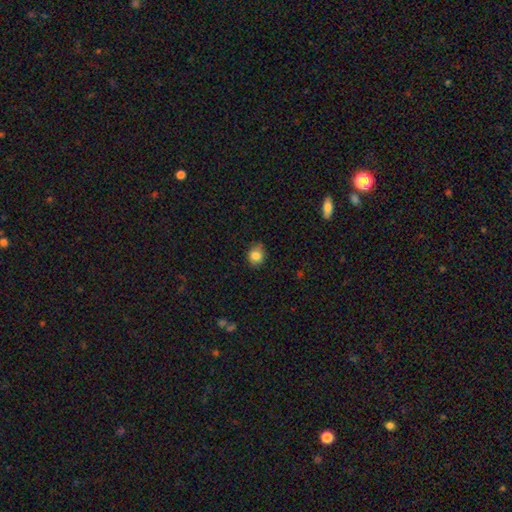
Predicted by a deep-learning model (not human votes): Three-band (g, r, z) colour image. It shows a smooth galaxy with no disk features (84%) that is round (68%). Merging: none (75%).